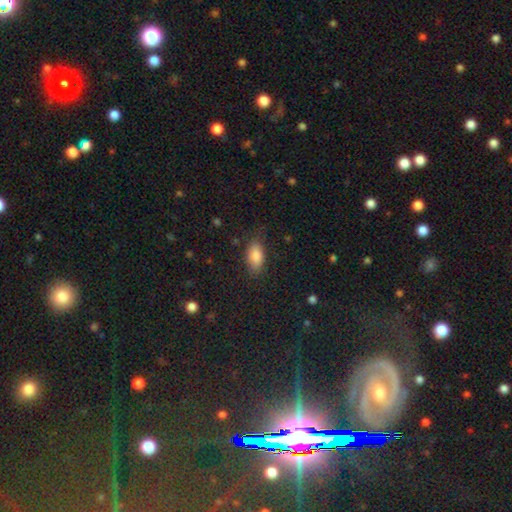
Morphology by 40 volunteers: type=smooth (78%); roundness=in between (84%); merging=none (83%).